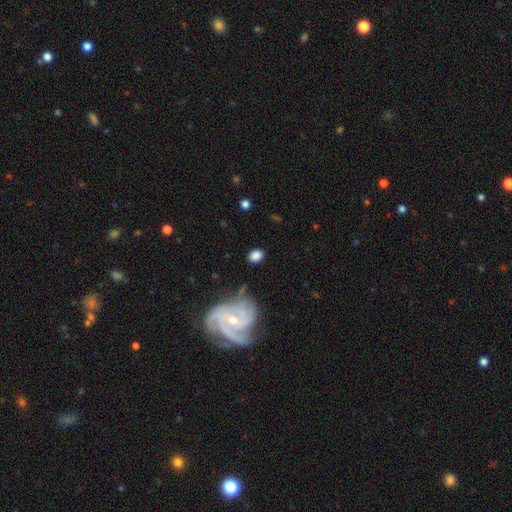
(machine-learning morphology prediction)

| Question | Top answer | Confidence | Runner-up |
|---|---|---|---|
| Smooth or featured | smooth | 78% | featured or disk (13%) |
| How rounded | in between | 77% | round (21%) |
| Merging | none | 76% | minor disturbance (15%) |